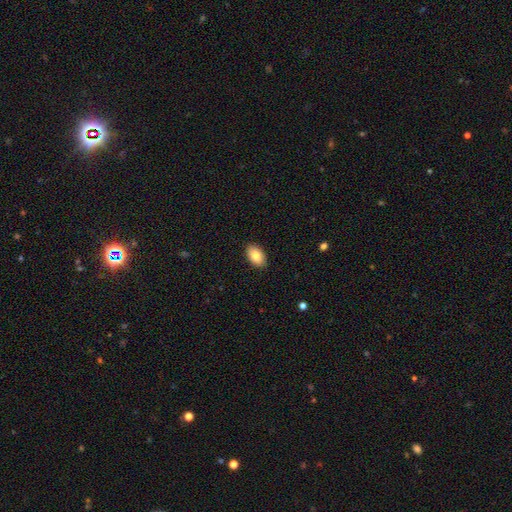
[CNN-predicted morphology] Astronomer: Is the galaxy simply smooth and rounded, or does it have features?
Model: smooth — 82%.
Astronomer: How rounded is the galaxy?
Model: in between — 92%.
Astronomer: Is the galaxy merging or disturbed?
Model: none — 89%.